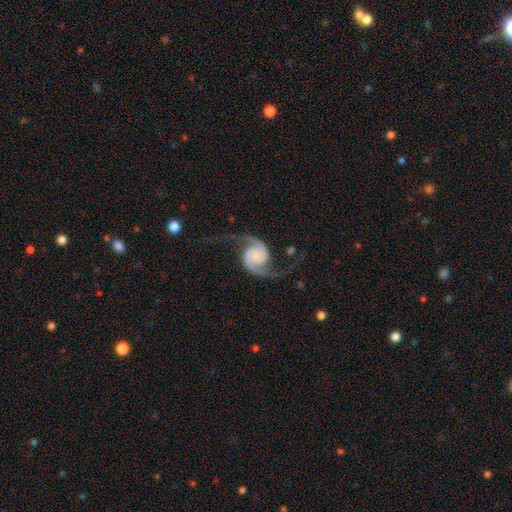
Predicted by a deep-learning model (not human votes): Overall: featured or disk (92%). Edge-on disk: no (98%). Bar: no (72%). Spiral arms: yes (98%). Spiral arm count: 2 (95%). Spiral winding: loose (65%; medium 27%). Bulge size: none (50%; small 17%). Merging: none (74%).